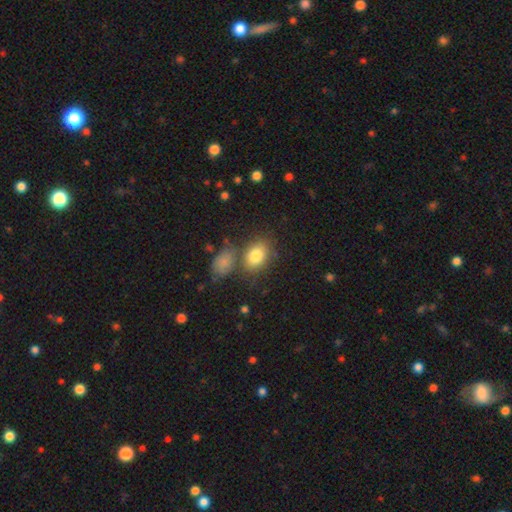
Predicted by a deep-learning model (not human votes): Overall: smooth (81%). How rounded: in between (74%). Merging: none (64%).